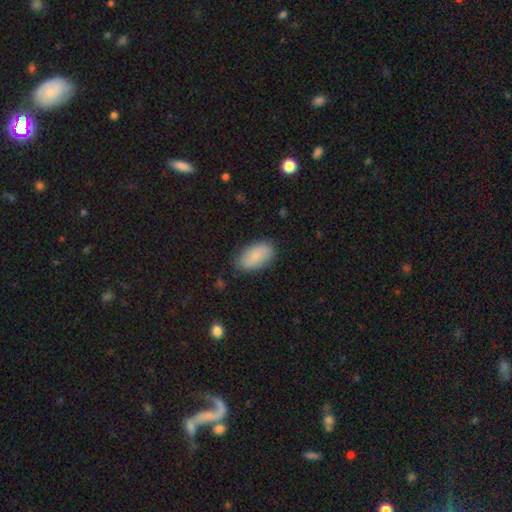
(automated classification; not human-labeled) Overall: smooth (81%). How rounded: in between (94%). Merging: none (83%).